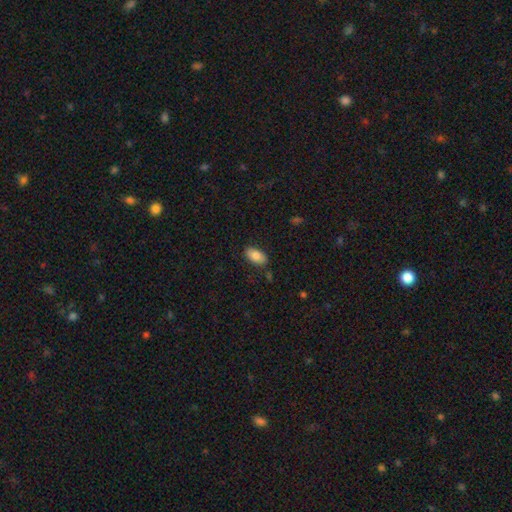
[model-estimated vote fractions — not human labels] A smooth galaxy with no disk features (84%) that is in between round and cigar-shaped (94%). Merging: none (83%).